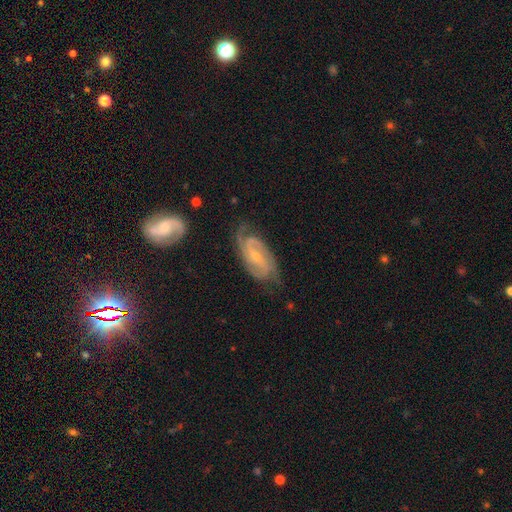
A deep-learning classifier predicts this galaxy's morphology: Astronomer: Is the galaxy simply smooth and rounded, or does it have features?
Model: featured or disk — 86%.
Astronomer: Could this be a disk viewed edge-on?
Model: no — 95%.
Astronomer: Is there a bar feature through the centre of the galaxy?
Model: weak — 45% (runner-up: no, 35%).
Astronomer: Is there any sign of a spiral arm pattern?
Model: yes — 97%.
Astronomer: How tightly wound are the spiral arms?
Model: tight — 47% (runner-up: medium, 41%).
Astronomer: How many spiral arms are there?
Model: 2 — 66%.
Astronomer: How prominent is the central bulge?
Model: small — 67%.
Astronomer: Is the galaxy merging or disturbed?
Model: none — 70%.